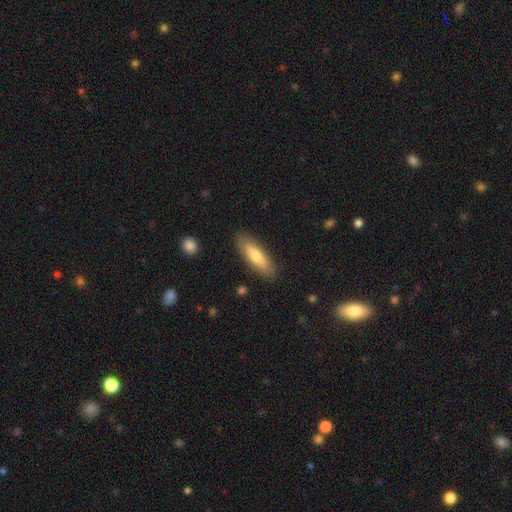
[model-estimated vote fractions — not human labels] smooth 68%, featured or disk 26%, star or artifact 6%. Down the decision tree: how rounded — cigar-shaped (54%); merging — none (87%).